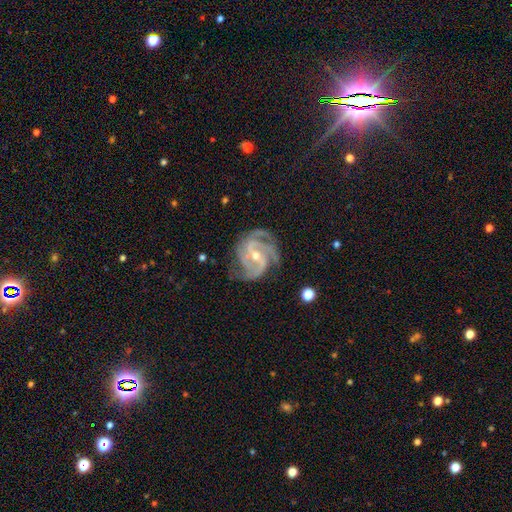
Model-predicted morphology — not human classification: A featured or disk galaxy (92%) with a weak bar (41%), 3 (49%) tight (46%) spiral arms (98%) and a small central bulge (51%).

Vote fractions:
- Smooth or featured? featured or disk: 92% / star or artifact: 5% / smooth: 3%
- Edge-on disk? no: 98% / yes: 2%
- Bar? weak: 41% / strong: 33% / no: 25%
- Spiral arms? yes: 98% / no: 2%
- Spiral winding? tight: 46% / medium: 45% / loose: 9%
- Spiral arm count? 3: 49% / 2: 20% / 4: 13% / can't tell: 8% / more than 4: 5% / 1: 5%
- Bulge size? small: 51% / moderate: 46% / large: 1% / none: 1% / dominant: 1%
- Merging? none: 71% / minor disturbance: 19% / major disturbance: 9% / merger: 1%